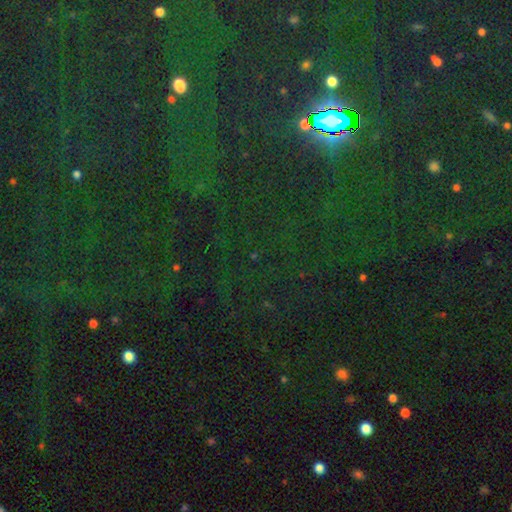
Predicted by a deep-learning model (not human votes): Smooth or featured? Predicted: star or artifact (p=0.84).